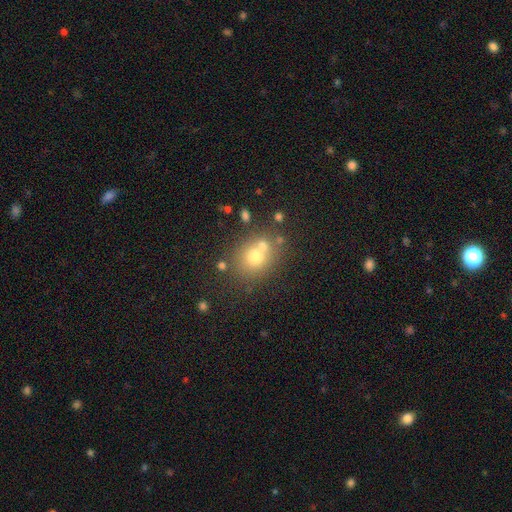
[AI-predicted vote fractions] Smooth or featured? smooth (67%)
How rounded? round (71%)
Merging? none (58%)